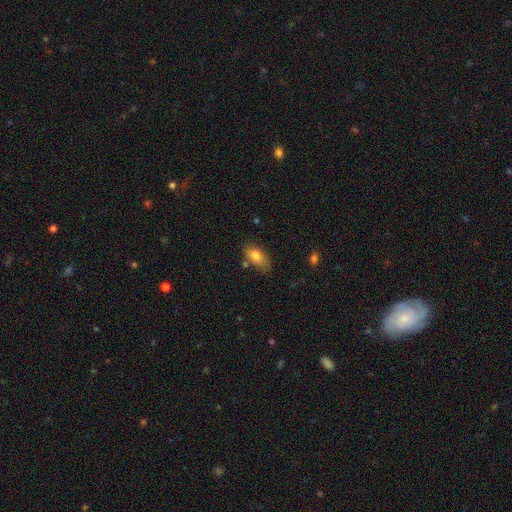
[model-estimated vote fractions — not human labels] Q: Smooth or featured?
A: smooth (80%); runner-up: featured or disk (12%)
Q: How rounded?
A: in between (91%); runner-up: round (5%)
Q: Merging?
A: none (69%); runner-up: minor disturbance (21%)